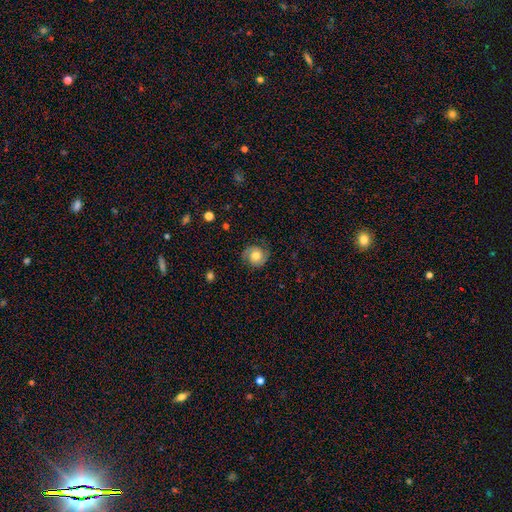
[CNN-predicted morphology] A featured or disk galaxy (59%) with no bar (74%), 2 (88%) tight (46%) spiral arms (91%) and a moderate central bulge (68%). Merging: none (81%).